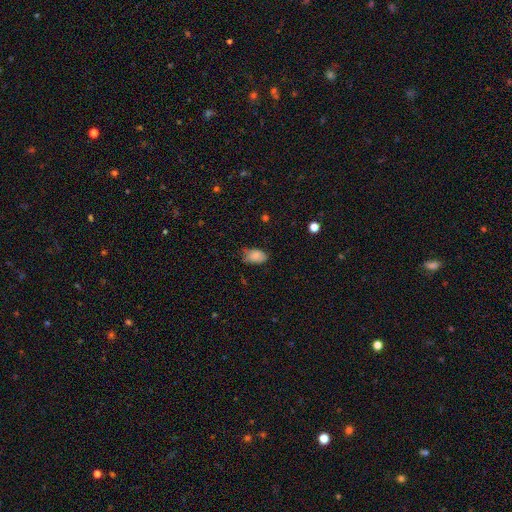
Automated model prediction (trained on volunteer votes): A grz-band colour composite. It shows a smooth galaxy with no disk features (82%) that is in between round and cigar-shaped (89%). Merging: none (57%).